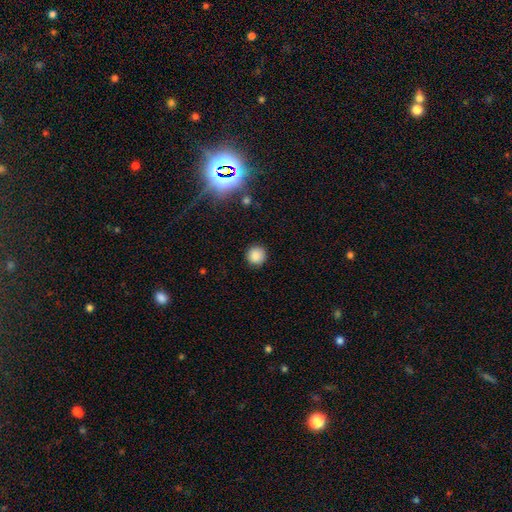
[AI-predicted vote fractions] Smooth or featured? smooth (85%)
How rounded? round (95%)
Merging? none (90%)